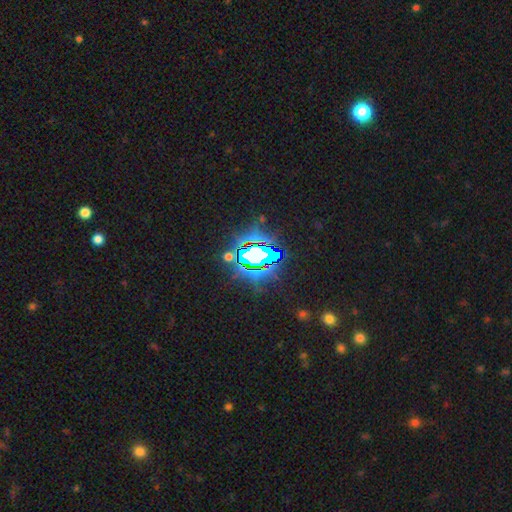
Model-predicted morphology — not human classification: Overall: star or artifact (75%).